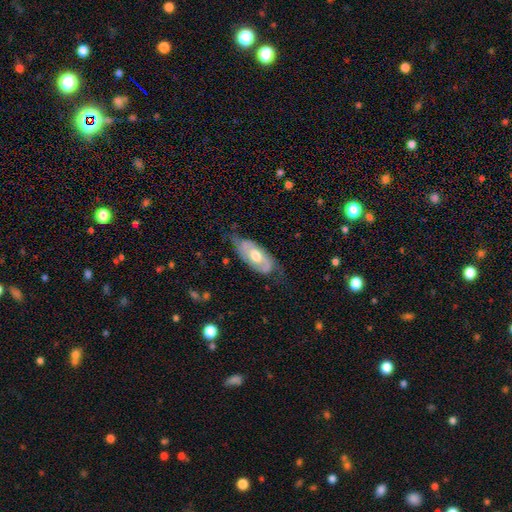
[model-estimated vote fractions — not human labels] Overall: featured or disk (68%). Edge-on disk: no (89%). Bar: no (61%; weak 30%). Spiral arms: yes (79%). Bulge size: moderate (73%). Merging: none (58%; minor disturbance 28%).